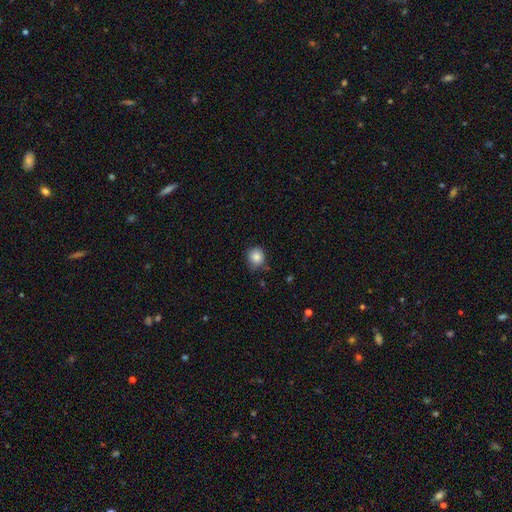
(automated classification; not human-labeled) This is clearly a smooth galaxy (85%). How rounded: clearly round (85%). Merging: likely none (72%).